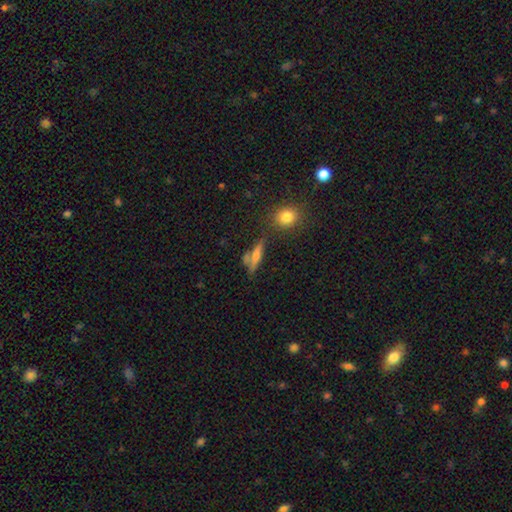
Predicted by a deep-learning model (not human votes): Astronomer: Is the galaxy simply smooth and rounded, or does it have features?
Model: smooth — 55% (runner-up: featured or disk, 32%).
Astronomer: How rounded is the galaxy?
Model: cigar-shaped — 65%.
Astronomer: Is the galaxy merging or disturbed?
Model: none — 58%.